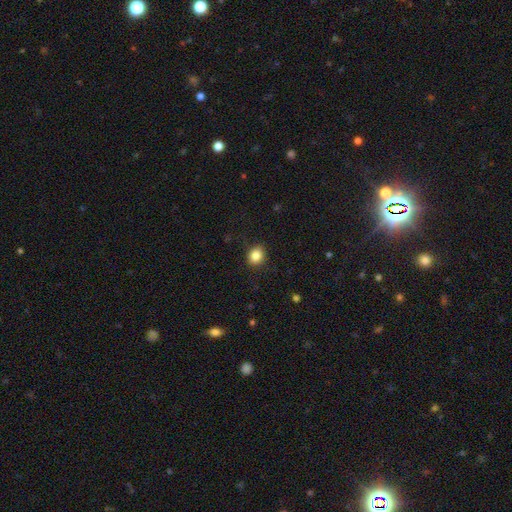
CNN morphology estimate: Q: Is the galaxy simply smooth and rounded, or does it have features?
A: smooth — 86%.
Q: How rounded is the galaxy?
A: round — 63%.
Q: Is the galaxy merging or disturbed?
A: none — 88%.